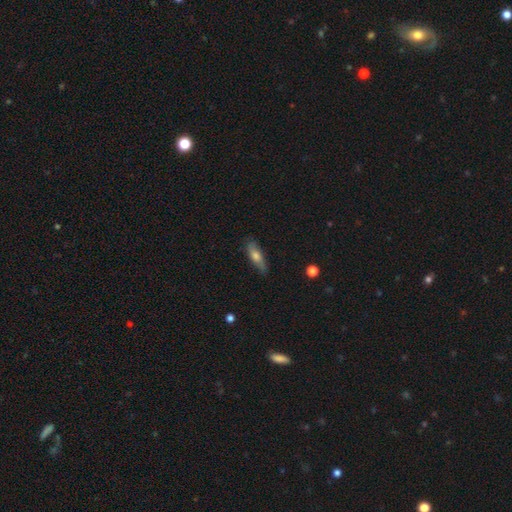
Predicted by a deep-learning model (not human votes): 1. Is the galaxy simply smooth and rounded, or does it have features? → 62% smooth, 31% featured or disk, 7% star or artifact.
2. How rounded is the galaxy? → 61% cigar-shaped, 37% in between, 3% round.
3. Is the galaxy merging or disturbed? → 79% none, 17% minor disturbance, 3% major disturbance, 1% merger.